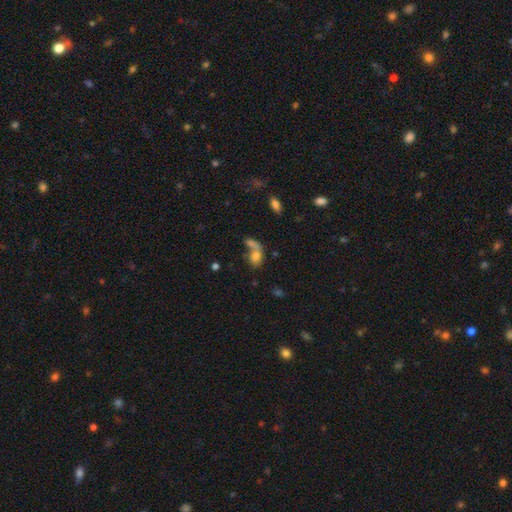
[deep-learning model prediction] Overall: smooth (73%). How rounded: in between (63%; round 33%). Merging: merger (47%; none 31%).